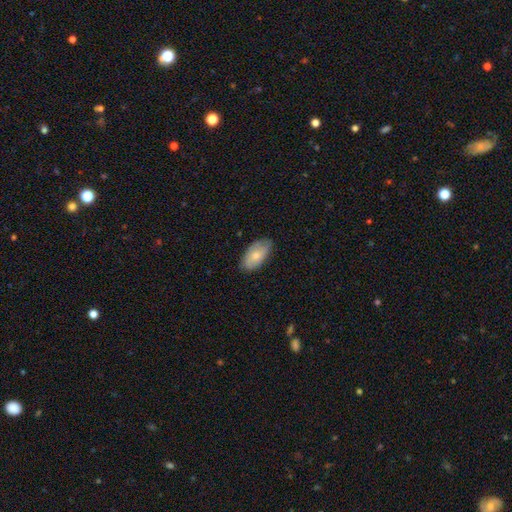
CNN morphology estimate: A smooth galaxy with no disk features (73%) that is in between round and cigar-shaped (94%).

Vote fractions:
- Smooth or featured? smooth: 73% / featured or disk: 21% / star or artifact: 6%
- How rounded? in between: 94% / round: 3% / cigar-shaped: 2%
- Merging? none: 78% / minor disturbance: 18% / major disturbance: 3% / merger: 1%